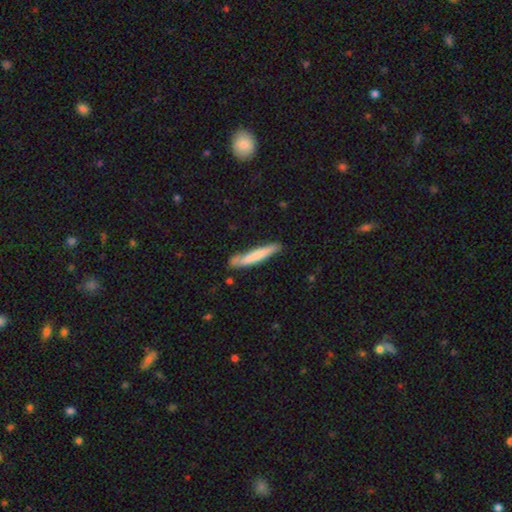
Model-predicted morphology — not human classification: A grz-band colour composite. It shows a smooth galaxy with no disk features (71%) that is cigar-shaped (94%). Merging: none (74%).